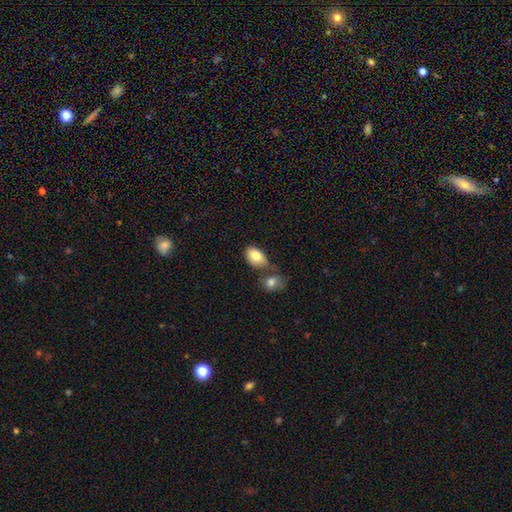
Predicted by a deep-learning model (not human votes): Smooth or featured: smooth — 82% (featured or disk — 11%)
How rounded: in between — 89% (round — 9%)
Merging: none — 47% (merger — 31%)